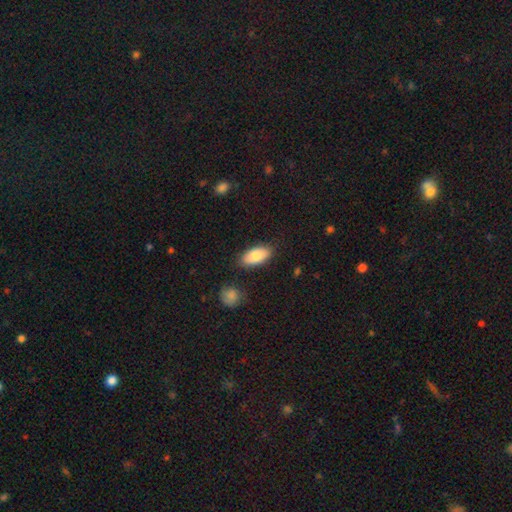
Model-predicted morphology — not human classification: This appears to be a smooth galaxy with no disk features (81%) that is in between round and cigar-shaped (92%). Merging: none (83%).